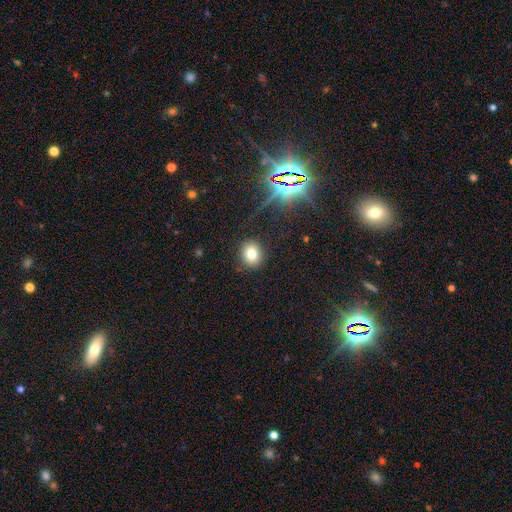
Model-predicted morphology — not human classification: A smooth galaxy with no disk features (77%) that is round (74%).

Vote fractions:
- Smooth or featured? smooth: 77% / star or artifact: 15% / featured or disk: 8%
- How rounded? round: 74% / in between: 25% / cigar-shaped: 1%
- Merging? none: 89% / minor disturbance: 7% / major disturbance: 3% / merger: 1%